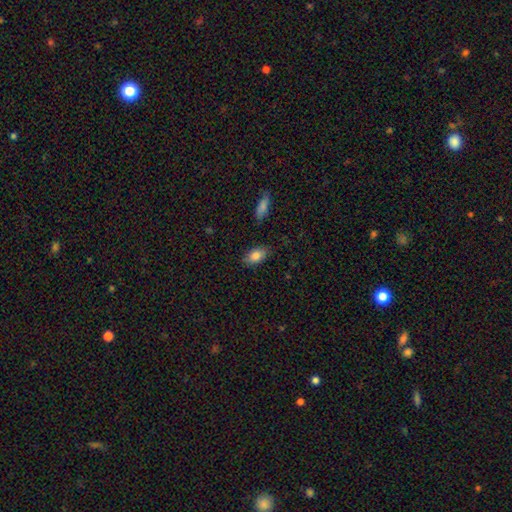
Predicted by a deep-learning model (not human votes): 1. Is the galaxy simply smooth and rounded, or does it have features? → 84% smooth, 9% featured or disk, 7% star or artifact.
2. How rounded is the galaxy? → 91% in between, 5% round, 3% cigar-shaped.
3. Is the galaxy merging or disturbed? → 84% none, 12% minor disturbance, 3% major disturbance, 2% merger.